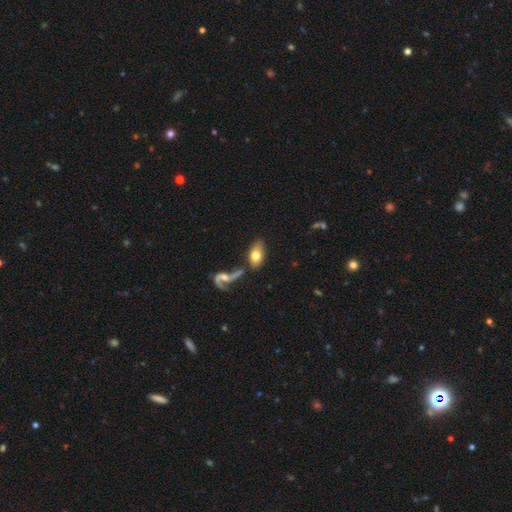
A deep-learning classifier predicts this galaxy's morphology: A smooth galaxy with no disk features (67%) that is in between round and cigar-shaped (91%).

Vote fractions:
- Smooth or featured? smooth: 67% / featured or disk: 26% / star or artifact: 7%
- How rounded? in between: 91% / round: 6% / cigar-shaped: 3%
- Merging? none: 56% / merger: 22% / minor disturbance: 14% / major disturbance: 8%